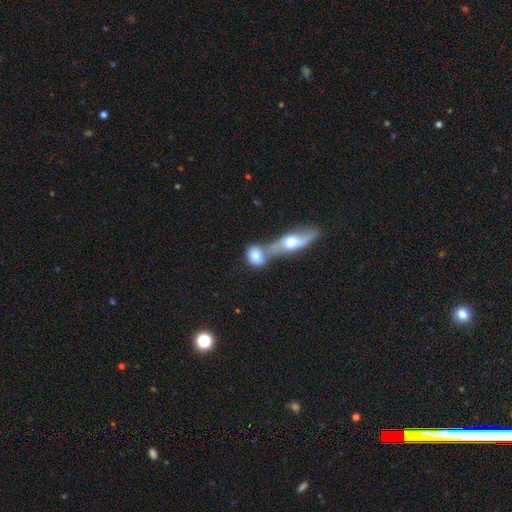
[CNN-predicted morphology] This appears to be a smooth galaxy with no disk features (68%) that is in between round and cigar-shaped (61%). Merging: merger (58%).